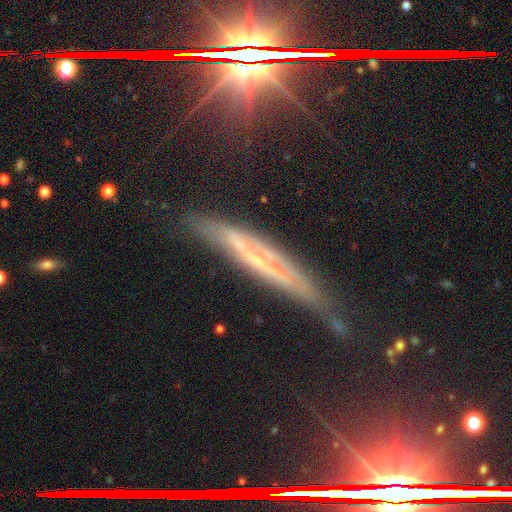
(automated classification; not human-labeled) Overall: featured or disk (60%; star or artifact 21%). Edge-on disk: yes (76%). Merging: none (63%; minor disturbance 26%).